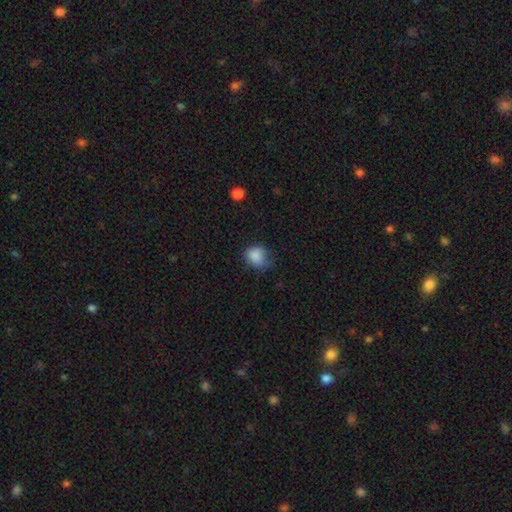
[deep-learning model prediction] A smooth galaxy with no disk features (84%) that is round (56%). Merging: none (53%).